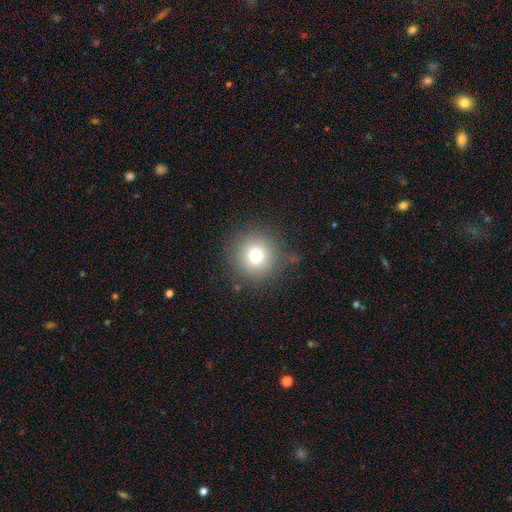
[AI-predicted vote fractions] Q: Smooth or featured?
A: smooth (74%); runner-up: star or artifact (16%)
Q: How rounded?
A: round (95%); runner-up: in between (4%)
Q: Merging?
A: none (86%); runner-up: minor disturbance (8%)